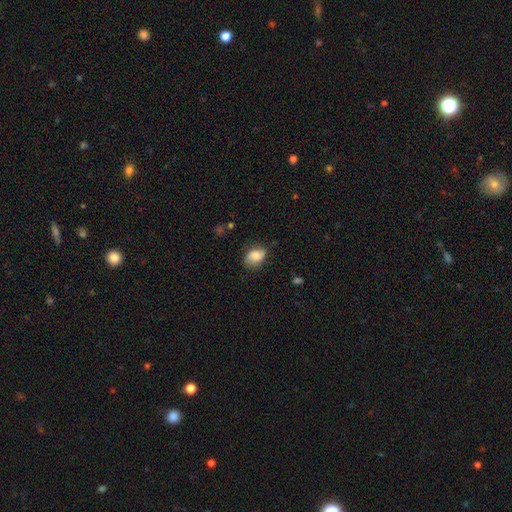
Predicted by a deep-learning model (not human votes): Morphology: type=smooth (77%); roundness=in between (67%); merging=none (67%).